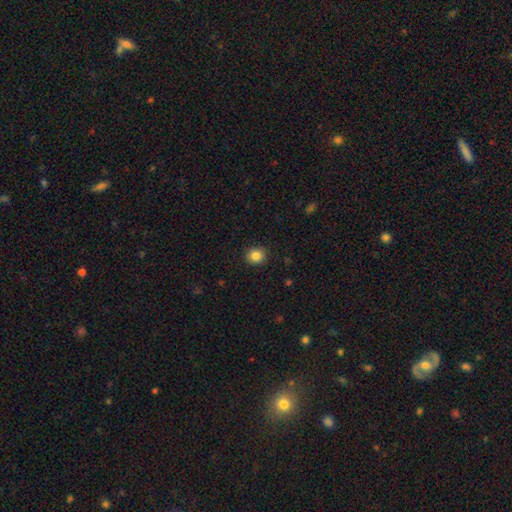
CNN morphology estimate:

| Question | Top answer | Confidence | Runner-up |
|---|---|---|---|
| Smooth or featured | smooth | 86% | star or artifact (10%) |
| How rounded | round | 83% | in between (16%) |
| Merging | none | 90% | minor disturbance (7%) |